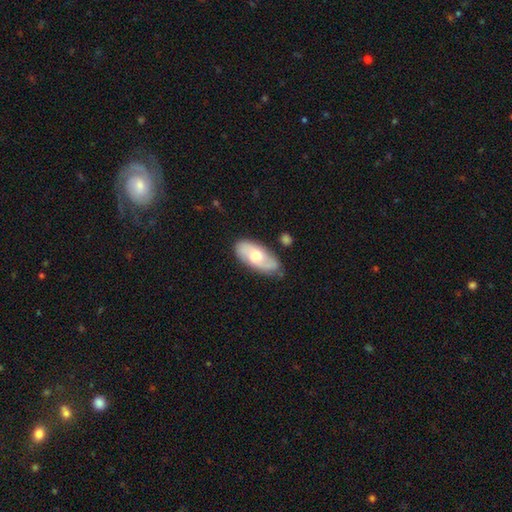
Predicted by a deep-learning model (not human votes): Smooth or featured?
  - smooth: 49% *
  - featured or disk: 45%
  - star or artifact: 6%
Merging?
  - none: 73% *
  - minor disturbance: 19%
  - major disturbance: 4%
  - merger: 3%